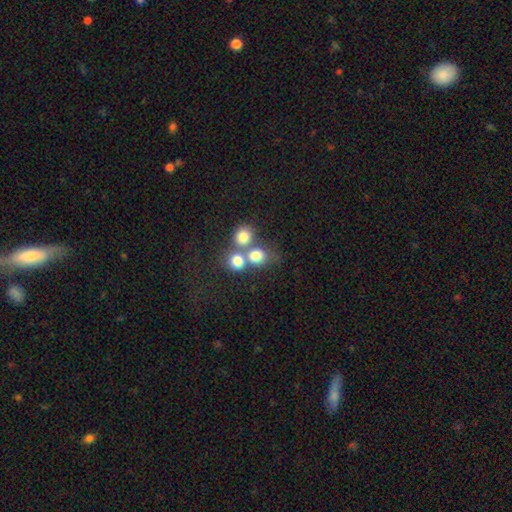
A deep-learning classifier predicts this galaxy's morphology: The model was most divided on "merging": merger: 50%, none: 39%, minor disturbance: 7%, major disturbance: 5%. More confident: smooth or featured — smooth (76%); how rounded — round (75%).